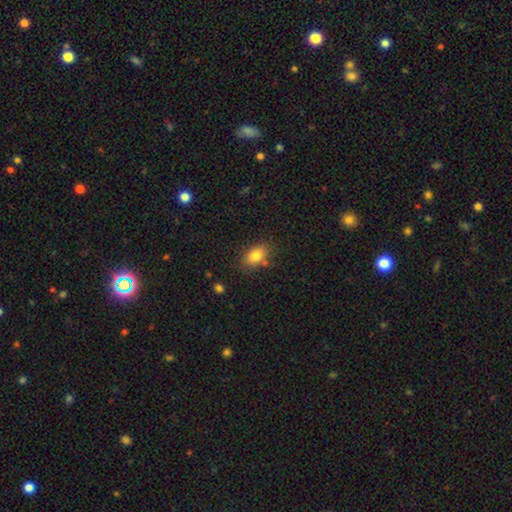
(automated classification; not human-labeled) A smooth galaxy with no disk features (83%) that is in between round and cigar-shaped (85%). Merging: none (77%).